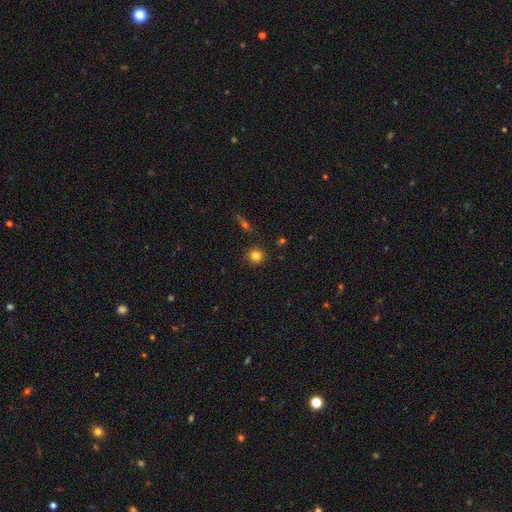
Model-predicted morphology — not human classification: Smooth or featured? Predicted: smooth (p=0.82). How rounded? Predicted: round (p=0.92). Merging? Predicted: none (p=0.90).